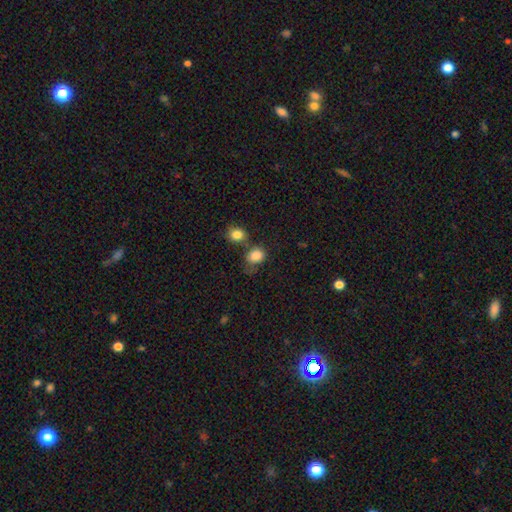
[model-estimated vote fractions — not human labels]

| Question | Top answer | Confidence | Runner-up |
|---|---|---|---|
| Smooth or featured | smooth | 85% | star or artifact (9%) |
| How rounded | round | 53% | in between (46%) |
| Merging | none | 47% | merger (24%) |